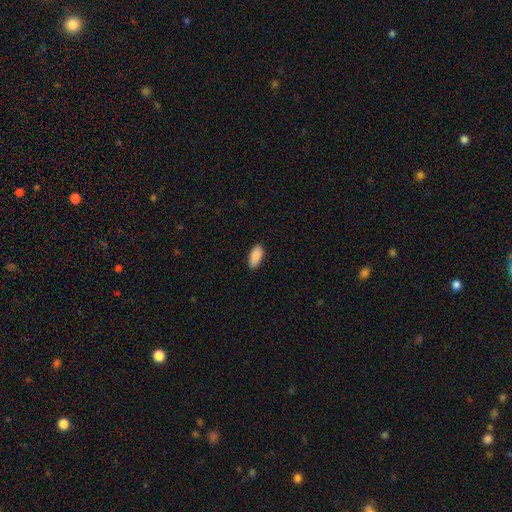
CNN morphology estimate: smooth-or-featured: smooth: 90% | star or artifact: 6% | featured or disk: 4%
  how-rounded: in between: 91% | cigar-shaped: 7% | round: 2%
  merging: none: 84% | minor disturbance: 13% | major disturbance: 2% | merger: 1%